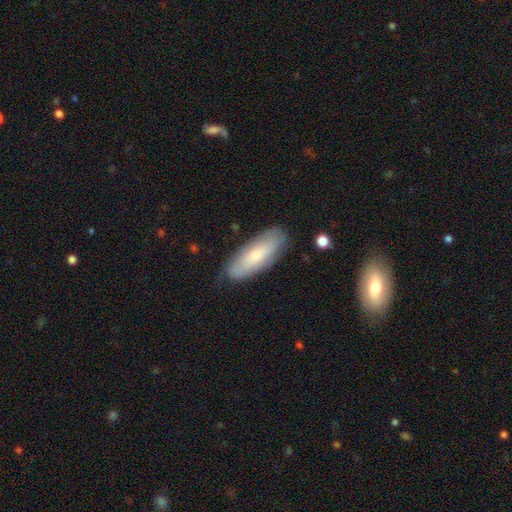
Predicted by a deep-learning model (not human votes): smooth-or-featured: smooth: 68% | featured or disk: 25% | star or artifact: 6%
  how-rounded: in between: 66% | cigar-shaped: 32% | round: 2%
  merging: none: 80% | minor disturbance: 15% | major disturbance: 3% | merger: 1%